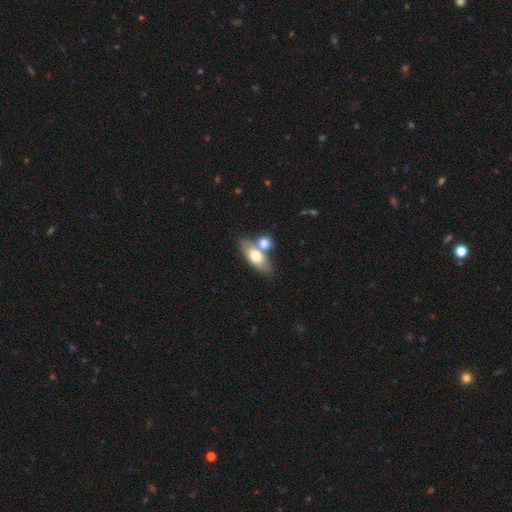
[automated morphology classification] smooth 67%, featured or disk 27%, star or artifact 6%. Down the decision tree: how rounded — in between (77%); merging — none (44%).